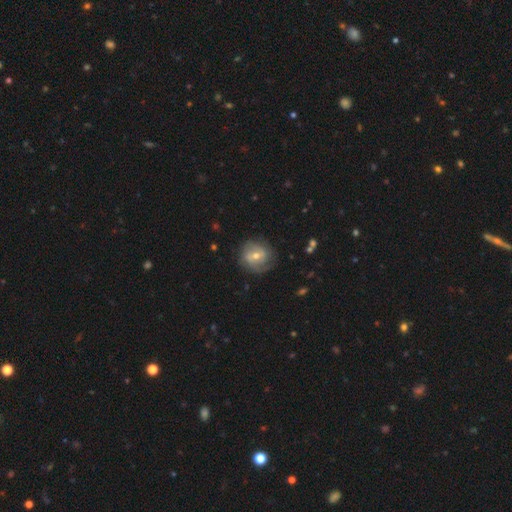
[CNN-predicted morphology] A featured or disk galaxy (66%) with a weak bar (48%), 2 (57%) tight (42%) spiral arms (81%) and a moderate central bulge (59%). Merging: none (75%).